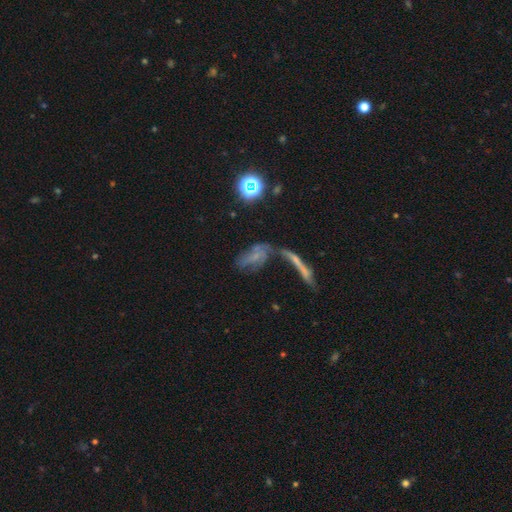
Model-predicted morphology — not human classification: smooth_or_featured: featured or disk (p=0.48) [alt: smooth p=0.33]
merging: merger (p=0.48) [alt: none p=0.21]